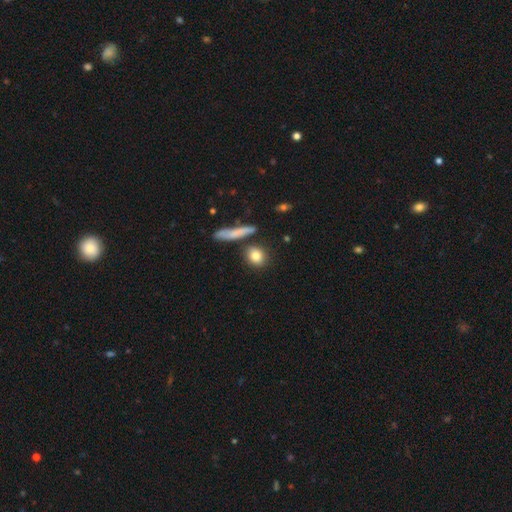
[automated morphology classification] This is clearly a smooth galaxy (83%). How rounded: likely round (62%). Merging: likely none (79%).